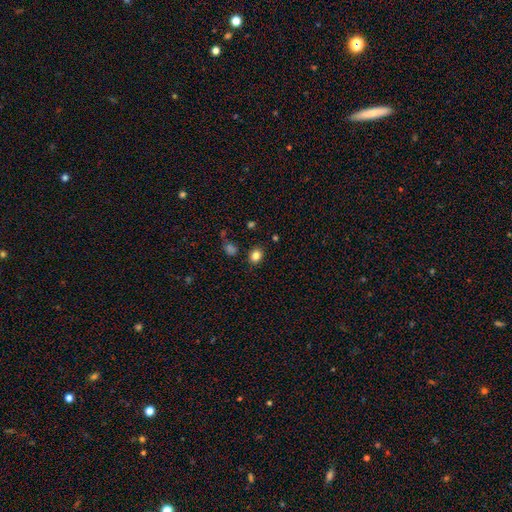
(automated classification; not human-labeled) Smooth or featured? Predicted: smooth (p=0.83). How rounded? Predicted: round (p=0.65). Merging? Predicted: none (p=0.87).